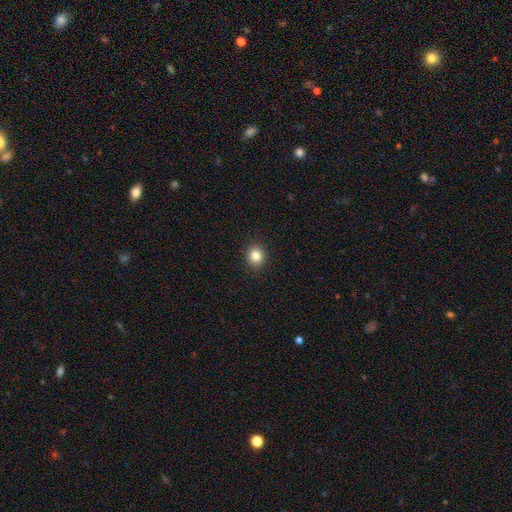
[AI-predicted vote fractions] A smooth galaxy with no disk features (83%) that is round (85%). Merging: none (92%).